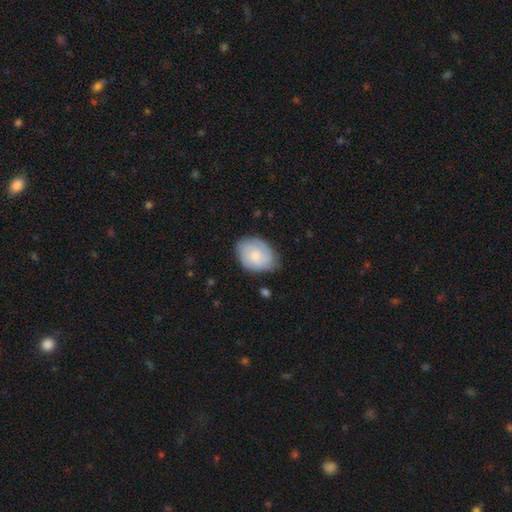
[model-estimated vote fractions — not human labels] Smooth or featured? Predicted: smooth (p=0.53). How rounded? Predicted: in between (p=0.72). Merging? Predicted: none (p=0.69).